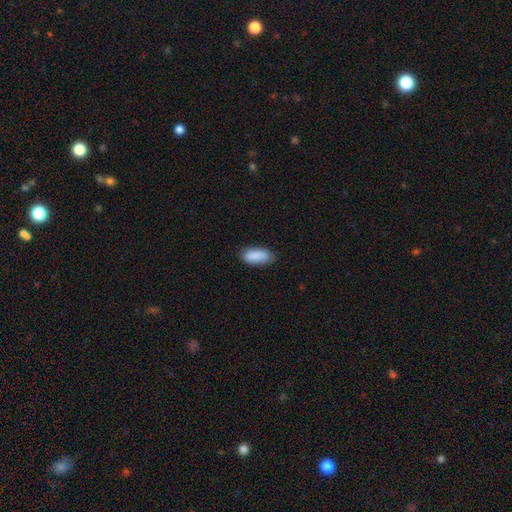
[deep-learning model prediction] This is clearly a smooth galaxy (89%). How rounded: clearly in between (86%). Merging: likely none (76%).